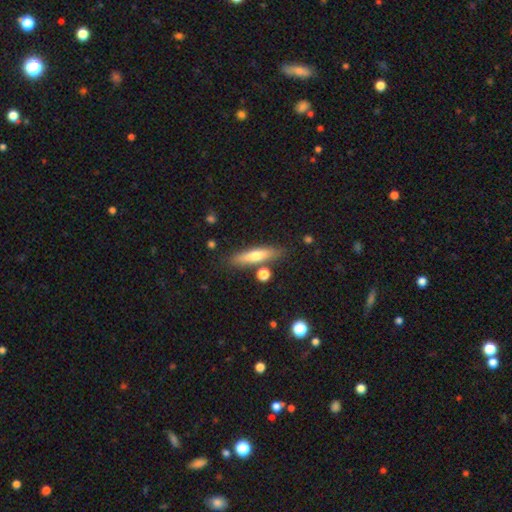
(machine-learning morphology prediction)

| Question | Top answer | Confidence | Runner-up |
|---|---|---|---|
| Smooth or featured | smooth | 58% | featured or disk (35%) |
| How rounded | cigar-shaped | 77% | in between (21%) |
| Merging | none | 81% | minor disturbance (11%) |